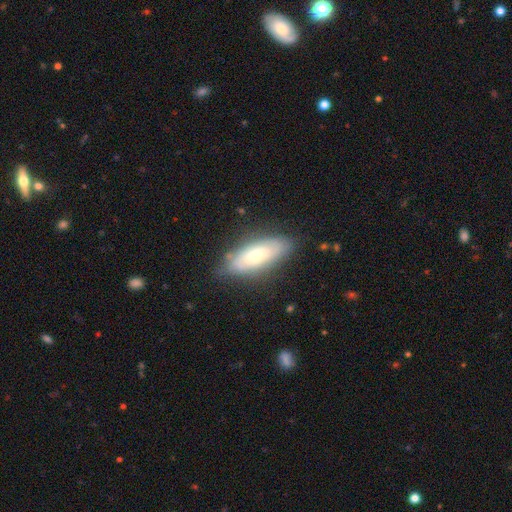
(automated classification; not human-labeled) smooth_or_featured: smooth (p=0.54) [alt: featured or disk p=0.39]
how_rounded: in between (p=0.71) [alt: cigar-shaped p=0.26]
merging: none (p=0.77) [alt: minor disturbance p=0.17]